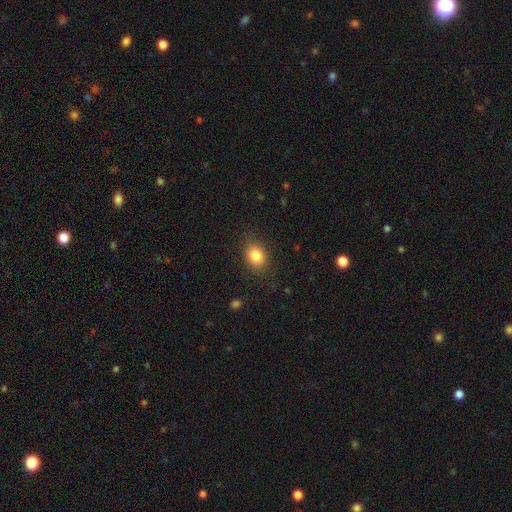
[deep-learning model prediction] smooth_or_featured: smooth (p=0.84) [alt: star or artifact p=0.10]
how_rounded: in between (p=0.65) [alt: round p=0.34]
merging: none (p=0.85) [alt: minor disturbance p=0.11]